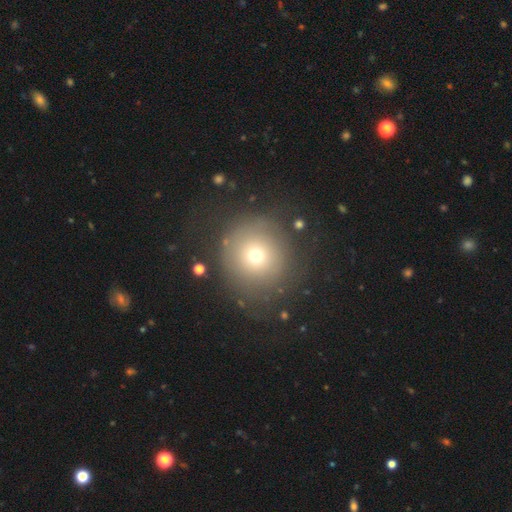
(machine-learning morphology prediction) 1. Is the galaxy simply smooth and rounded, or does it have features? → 68% smooth, 16% star or artifact, 16% featured or disk.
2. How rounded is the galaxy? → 93% round, 6% in between, 1% cigar-shaped.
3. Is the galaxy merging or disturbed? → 75% none, 12% minor disturbance, 10% major disturbance, 2% merger.